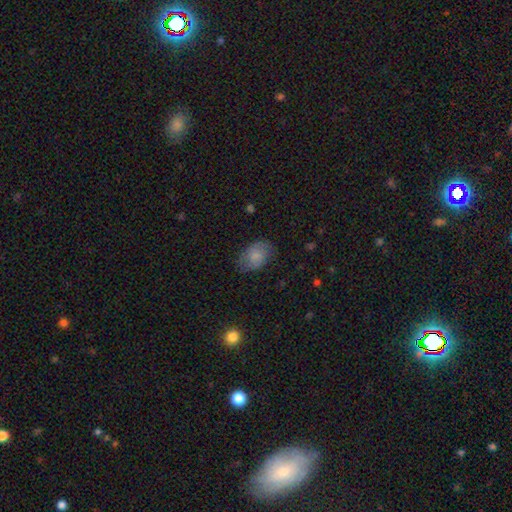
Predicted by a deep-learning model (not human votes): smooth_or_featured: smooth (p=0.74) [alt: featured or disk p=0.18]
how_rounded: in between (p=0.83) [alt: round p=0.16]
merging: none (p=0.69) [alt: minor disturbance p=0.22]